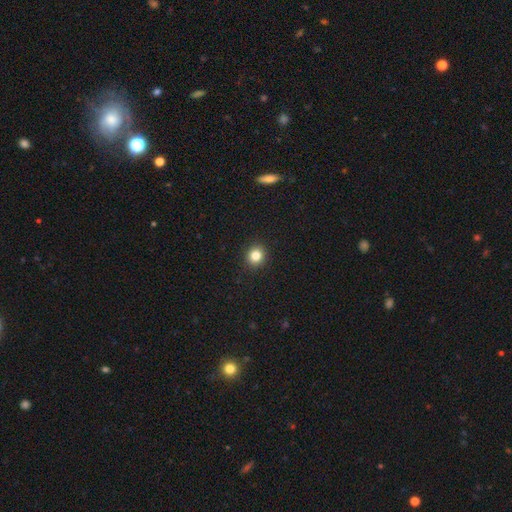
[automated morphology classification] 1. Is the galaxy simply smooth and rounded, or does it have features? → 83% smooth, 11% star or artifact, 6% featured or disk.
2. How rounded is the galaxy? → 87% round, 12% in between, 1% cigar-shaped.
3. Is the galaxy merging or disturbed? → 92% none, 6% minor disturbance, 2% major disturbance, 1% merger.